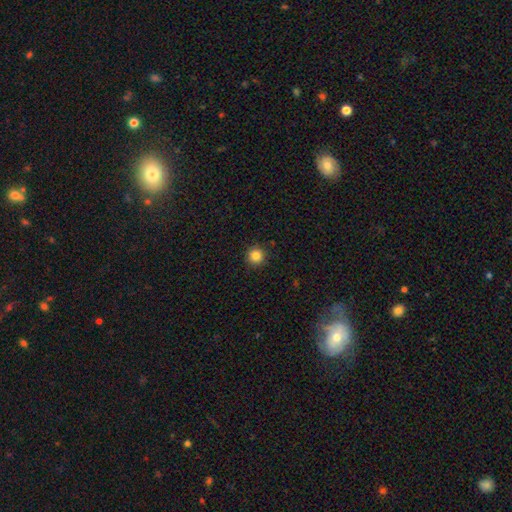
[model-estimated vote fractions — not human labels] smooth-or-featured: smooth: 84% | star or artifact: 12% | featured or disk: 4%
  how-rounded: round: 95% | in between: 4% | cigar-shaped: 1%
  merging: none: 92% | minor disturbance: 5% | major disturbance: 2% | merger: 1%